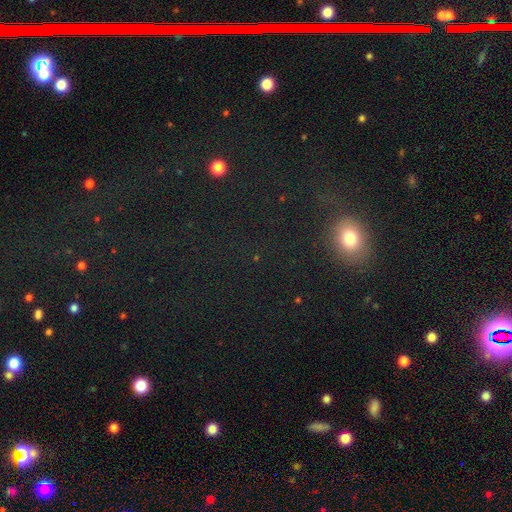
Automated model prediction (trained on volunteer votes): Smooth or featured? smooth (54%)
How rounded? round (55%)
Merging? none (86%)